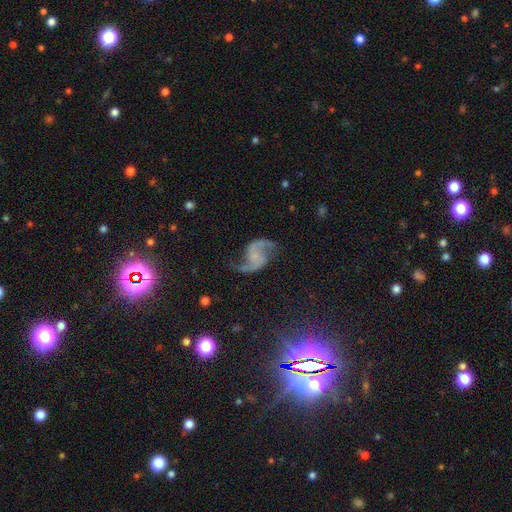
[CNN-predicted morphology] Smooth or featured? featured or disk (88%)
Edge-on disk? no (98%)
Bar? no (63%)
Spiral arms? yes (97%)
Spiral winding? loose (66%)
Spiral arm count? 2 (94%)
Bulge size? none (51%)
Merging? none (71%)